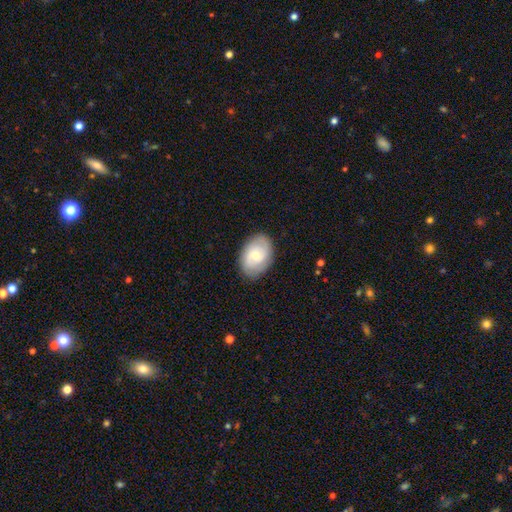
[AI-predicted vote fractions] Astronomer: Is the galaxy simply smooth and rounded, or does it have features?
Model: smooth — 53% (runner-up: featured or disk, 41%).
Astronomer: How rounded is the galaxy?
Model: in between — 81%.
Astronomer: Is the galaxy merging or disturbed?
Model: none — 84%.